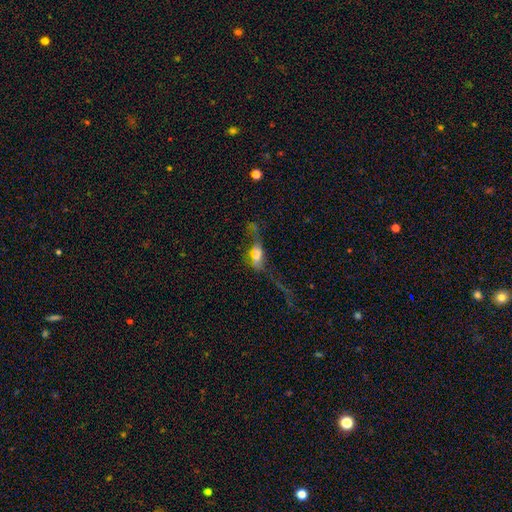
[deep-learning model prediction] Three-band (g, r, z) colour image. It shows a featured or disk galaxy (49%). Merging: major disturbance (53%).